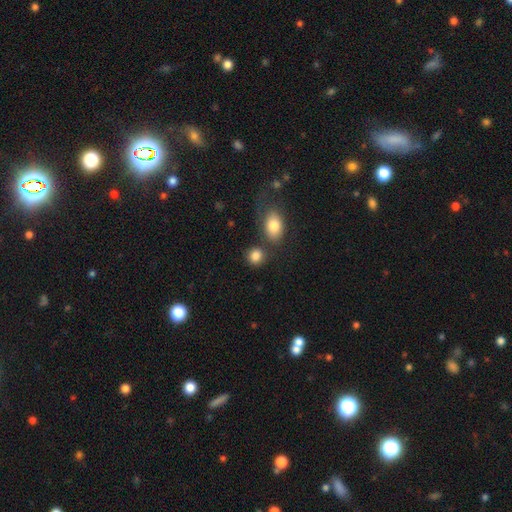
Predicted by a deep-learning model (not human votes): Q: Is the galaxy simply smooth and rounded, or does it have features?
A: smooth — 85%.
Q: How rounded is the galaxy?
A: round — 73%.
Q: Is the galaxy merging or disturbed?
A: none — 68%.